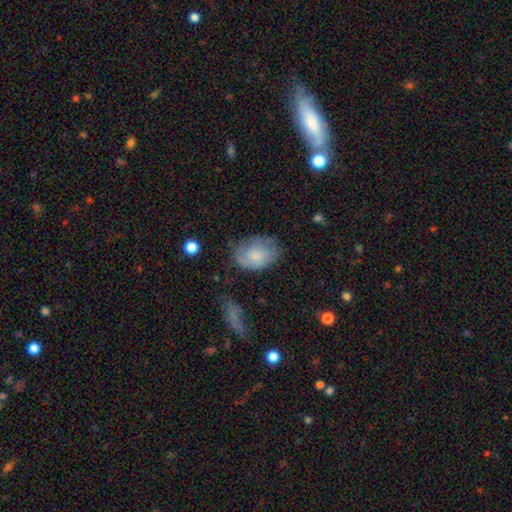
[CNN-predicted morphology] A smooth galaxy with no disk features (57%) that is in between round and cigar-shaped (76%). Merging: none (59%).